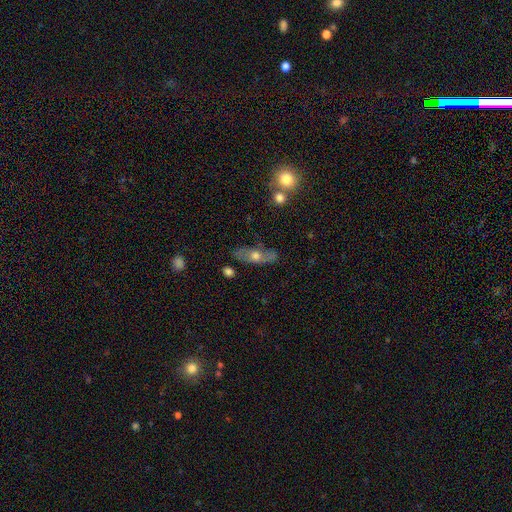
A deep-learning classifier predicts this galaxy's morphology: This appears to be a featured or disk galaxy (49%). Merging: none (75%).